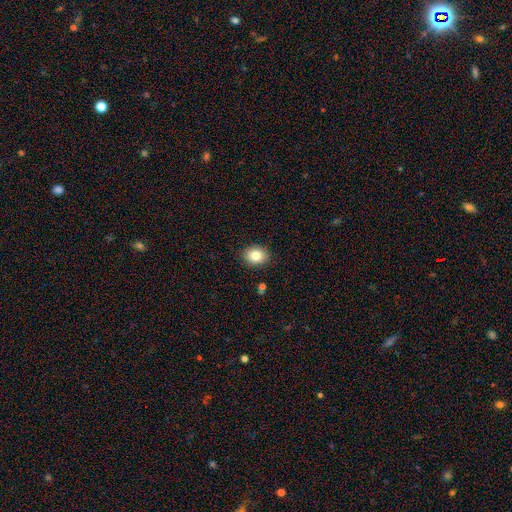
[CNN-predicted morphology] Smooth or featured? smooth (82%)
How rounded? in between (52%)
Merging? none (89%)